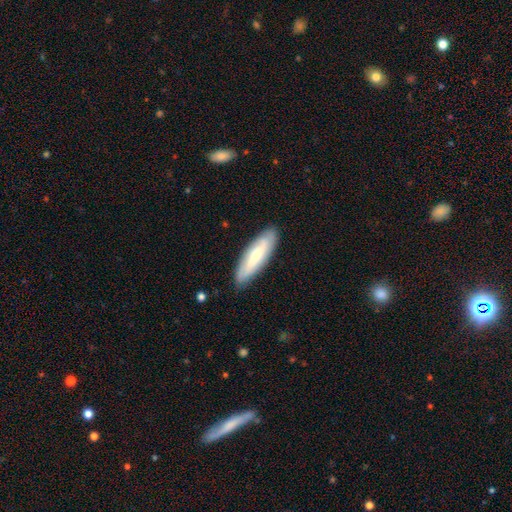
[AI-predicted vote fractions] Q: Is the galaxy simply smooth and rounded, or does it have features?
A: smooth — 53%.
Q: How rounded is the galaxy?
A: cigar-shaped — 57%.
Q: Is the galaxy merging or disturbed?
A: none — 87%.